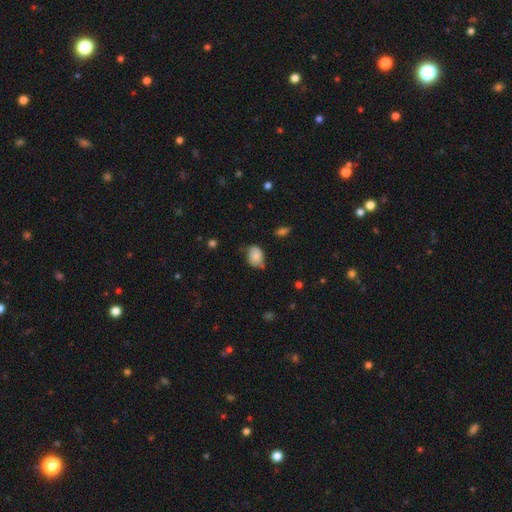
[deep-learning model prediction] Smooth or featured: smooth — 80% (featured or disk — 11%)
How rounded: in between — 65% (round — 34%)
Merging: none — 60% (minor disturbance — 30%)